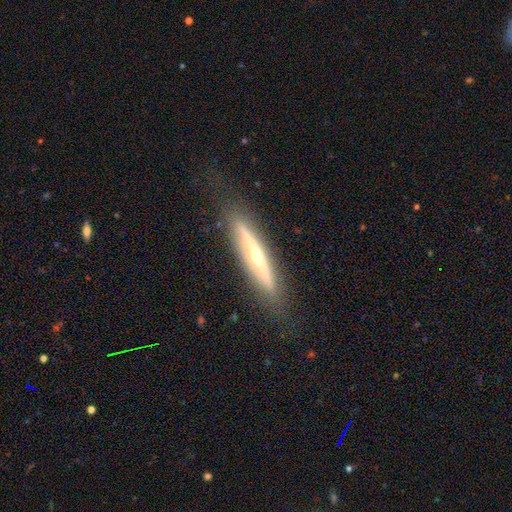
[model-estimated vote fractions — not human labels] Overall: featured or disk (66%; smooth 28%). Edge-on disk: yes (88%). Edge-on bulge: rounded (83%). Merging: none (81%).